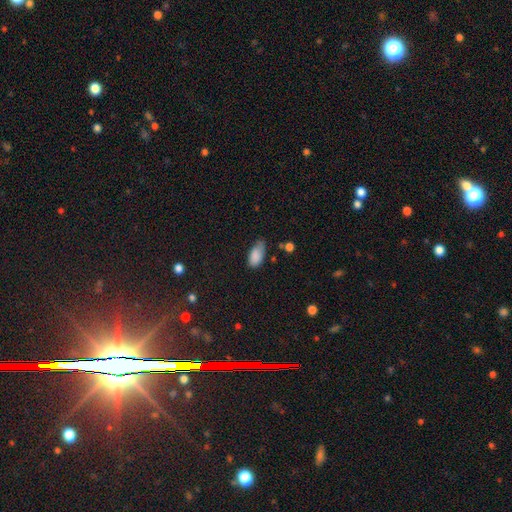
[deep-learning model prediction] This appears to be a smooth galaxy with no disk features (86%) that is in between round and cigar-shaped (91%). Merging: none (47%).